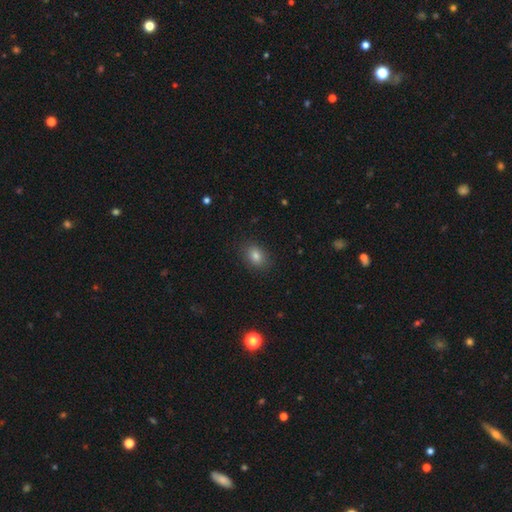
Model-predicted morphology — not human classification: This is clearly a smooth galaxy (81%). How rounded: likely in between (70%). Merging: clearly none (87%).